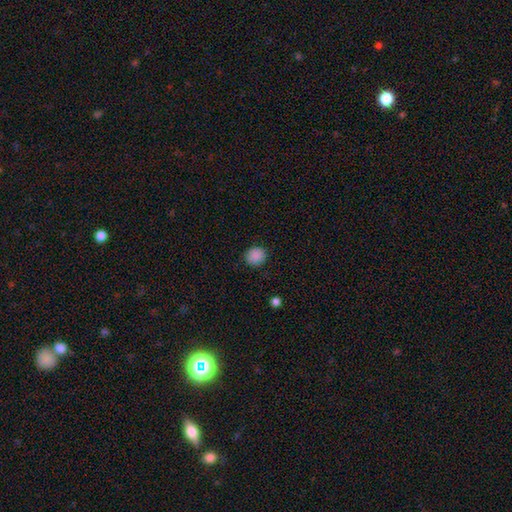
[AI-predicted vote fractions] smooth 88%, star or artifact 10%, featured or disk 3%. Down the decision tree: how rounded — round (84%); merging — none (87%).